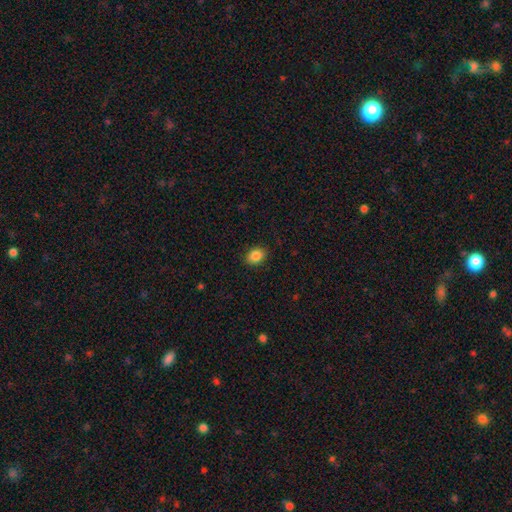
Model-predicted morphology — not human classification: type=smooth (86%); roundness=in between (58%); merging=none (89%).